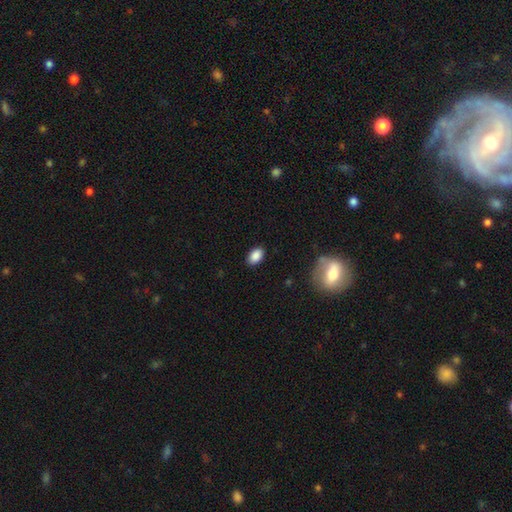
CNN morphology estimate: Smooth or featured? smooth (88%)
How rounded? in between (90%)
Merging? none (88%)